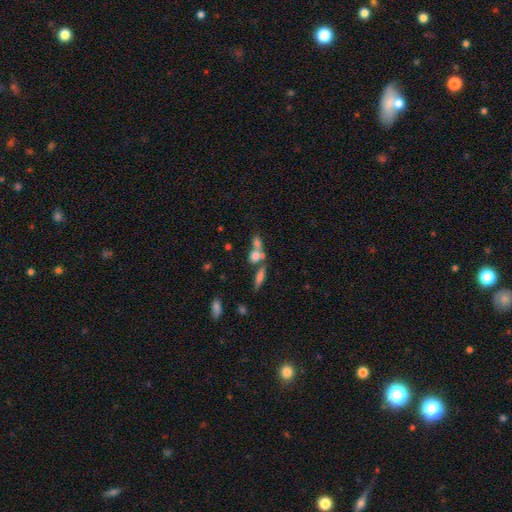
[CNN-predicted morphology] A smooth galaxy with no disk features (65%) that is in between round and cigar-shaped (48%).

Vote fractions:
- Smooth or featured? smooth: 65% / featured or disk: 22% / star or artifact: 13%
- How rounded? in between: 48% / round: 37% / cigar-shaped: 15%
- Merging? merger: 51% / none: 35% / minor disturbance: 9% / major disturbance: 5%